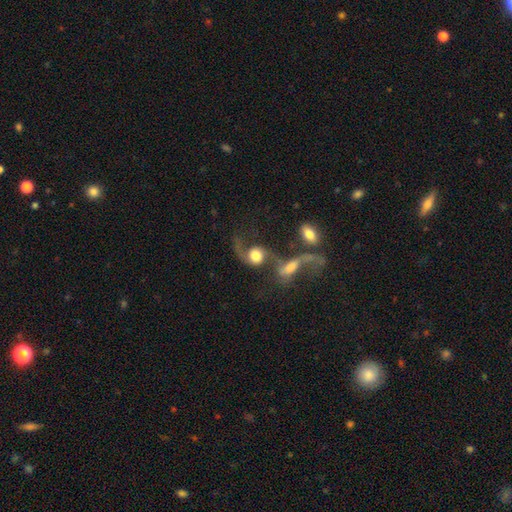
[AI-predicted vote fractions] Smooth or featured: featured or disk — 62% (smooth — 30%)
Edge-on disk: no — 95% (yes — 5%)
Bar: no — 72% (weak — 22%)
Spiral arms: yes — 85% (no — 15%)
Bulge size: large — 47% (moderate — 30%)
Merging: merger — 49% (none — 22%)